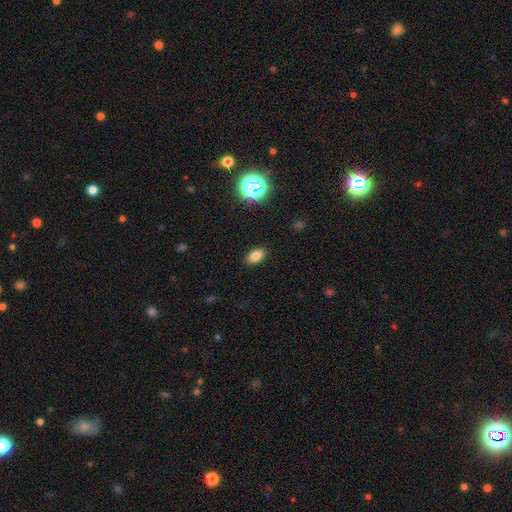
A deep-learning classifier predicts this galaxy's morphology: Smooth or featured? Predicted: smooth (p=0.80). How rounded? Predicted: in between (p=0.88). Merging? Predicted: none (p=0.88).